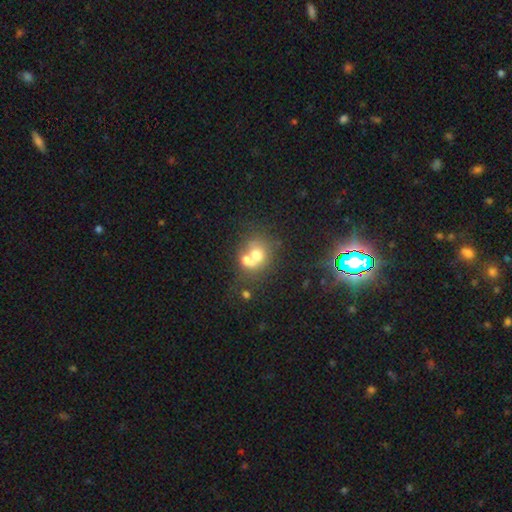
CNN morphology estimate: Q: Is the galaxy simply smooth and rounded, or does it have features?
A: smooth — 59%.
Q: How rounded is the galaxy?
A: round — 71%.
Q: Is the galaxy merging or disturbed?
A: merger — 58%.